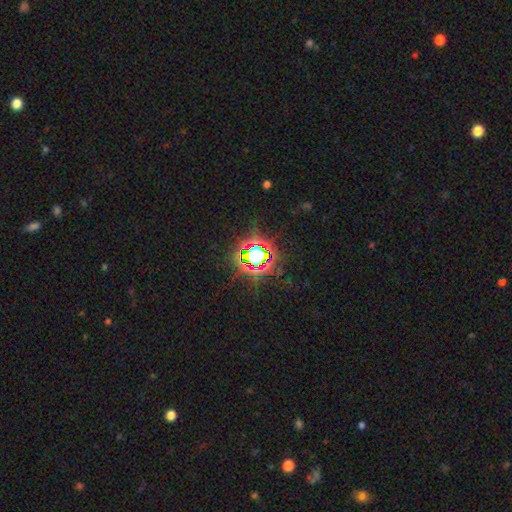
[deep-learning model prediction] smooth_or_featured: star or artifact (p=0.77) [alt: smooth p=0.13]